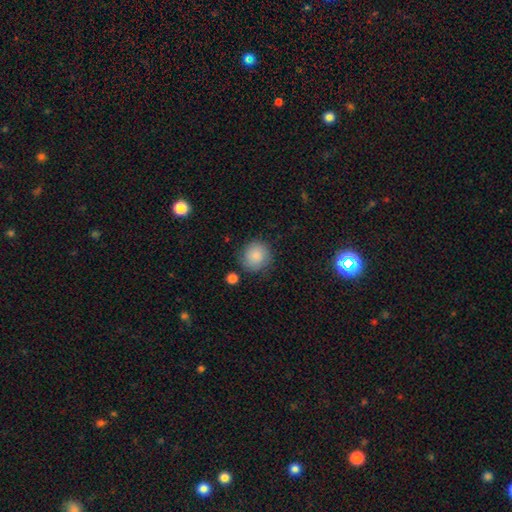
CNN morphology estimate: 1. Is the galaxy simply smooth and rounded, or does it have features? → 87% smooth, 7% star or artifact, 6% featured or disk.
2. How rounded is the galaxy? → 89% round, 11% in between, 1% cigar-shaped.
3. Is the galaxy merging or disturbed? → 80% none, 13% minor disturbance, 4% major disturbance, 3% merger.